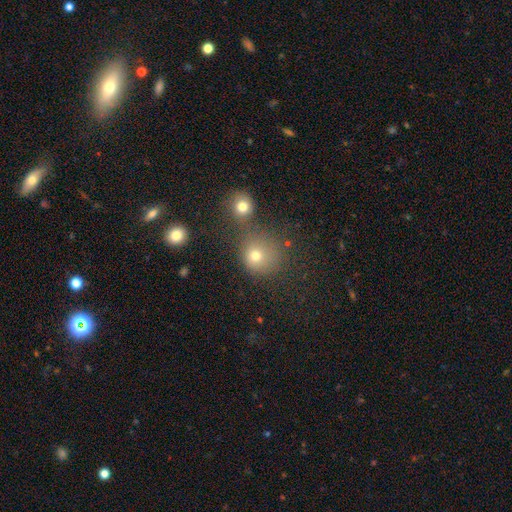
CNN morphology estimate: Smooth or featured?
  - smooth: 73% *
  - star or artifact: 18%
  - featured or disk: 9%
How rounded?
  - round: 87% *
  - in between: 12%
  - cigar-shaped: 1%
Merging?
  - none: 58% *
  - merger: 26%
  - minor disturbance: 10%
  - major disturbance: 6%